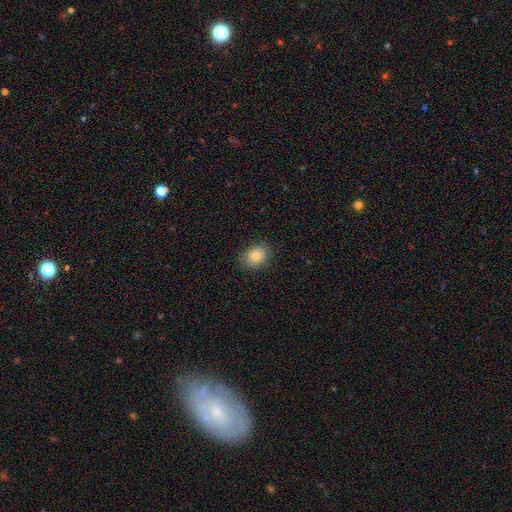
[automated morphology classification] Smooth or featured? smooth (79%)
How rounded? in between (56%)
Merging? none (84%)